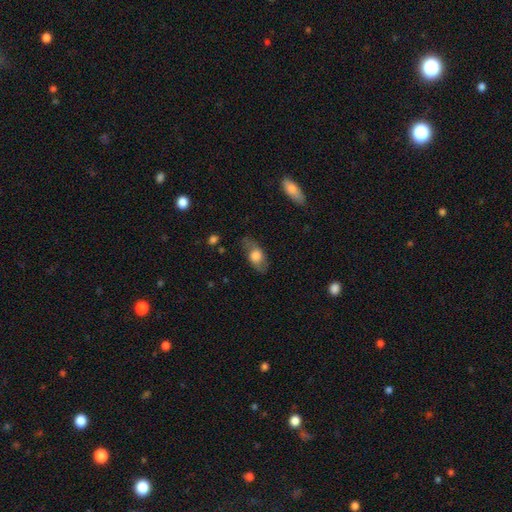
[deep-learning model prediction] smooth-or-featured: smooth: 60% | featured or disk: 33% | star or artifact: 7%
  how-rounded: in between: 81% | round: 11% | cigar-shaped: 8%
  merging: none: 71% | minor disturbance: 20% | major disturbance: 8% | merger: 2%